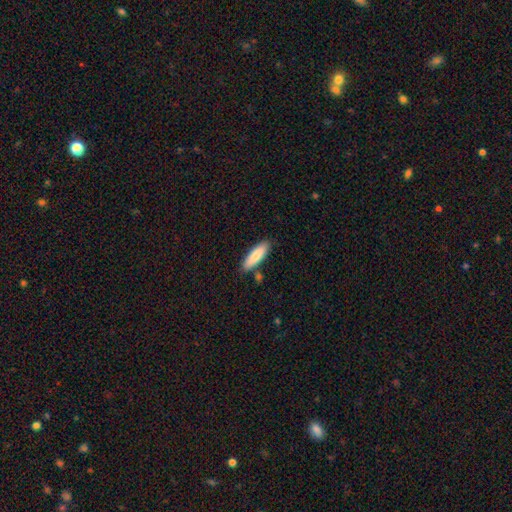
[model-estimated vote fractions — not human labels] The model was most divided on "how rounded": cigar-shaped: 54%, in between: 44%, round: 1%. More confident: smooth or featured — smooth (84%); merging — none (82%).